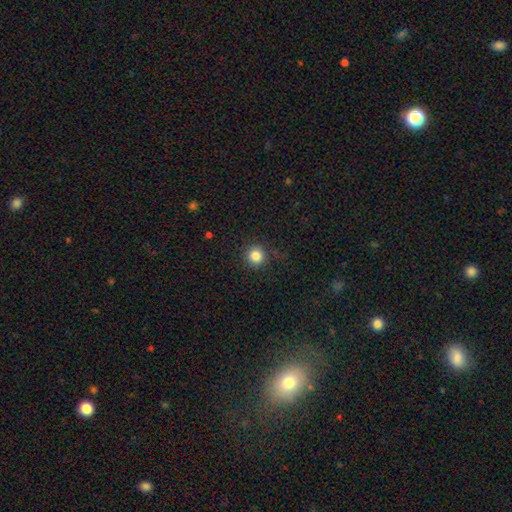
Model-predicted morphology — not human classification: smooth 84%, star or artifact 11%, featured or disk 5%. Down the decision tree: how rounded — round (95%); merging — none (88%).